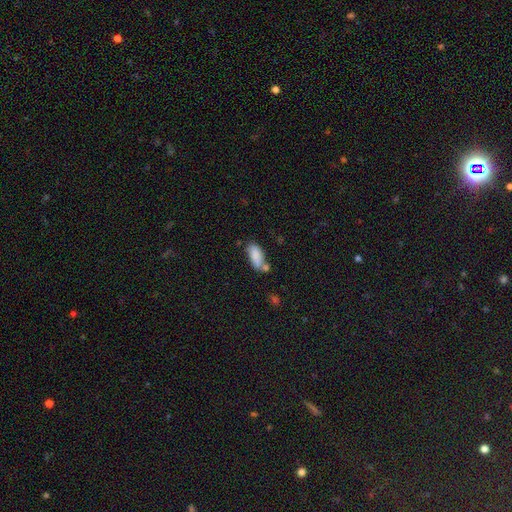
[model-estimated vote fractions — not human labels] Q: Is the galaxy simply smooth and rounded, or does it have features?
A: smooth — 84%.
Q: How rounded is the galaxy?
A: in between — 83%.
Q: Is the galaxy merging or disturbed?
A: none — 50%.